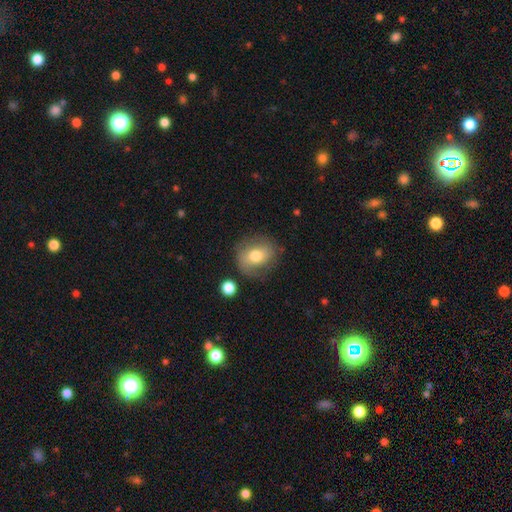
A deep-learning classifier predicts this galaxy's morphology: This is likely a smooth galaxy (64%). How rounded: likely round (66%). Merging: likely none (71%).